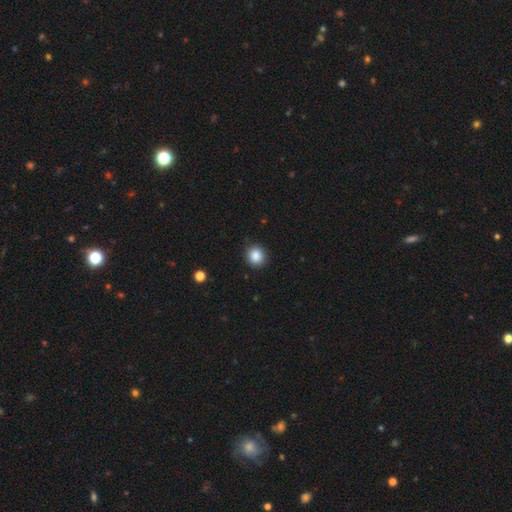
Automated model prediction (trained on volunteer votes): smooth_or_featured: smooth (p=0.87) [alt: star or artifact p=0.10]
how_rounded: round (p=0.90) [alt: in between p=0.09]
merging: none (p=0.91) [alt: minor disturbance p=0.06]